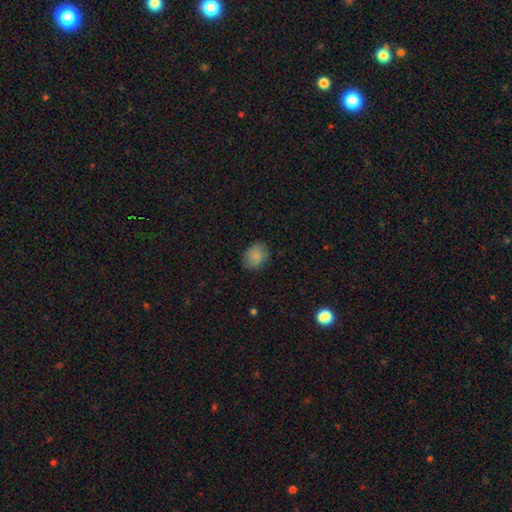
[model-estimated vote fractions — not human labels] smooth-or-featured: smooth: 83% | featured or disk: 9% | star or artifact: 8%
  how-rounded: round: 51% | in between: 48% | cigar-shaped: 1%
  merging: none: 78% | minor disturbance: 17% | major disturbance: 4% | merger: 1%